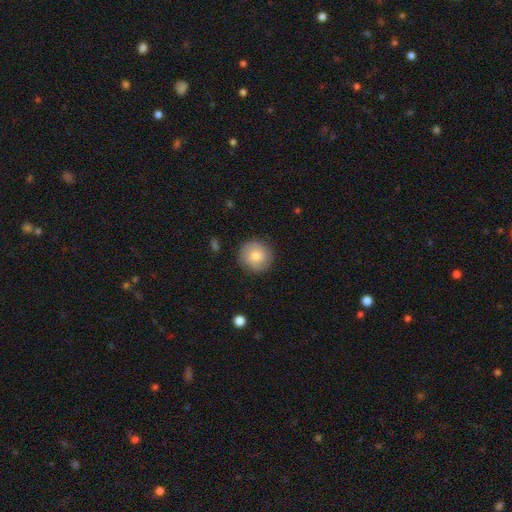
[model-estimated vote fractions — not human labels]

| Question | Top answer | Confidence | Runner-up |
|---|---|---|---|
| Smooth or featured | smooth | 71% | featured or disk (21%) |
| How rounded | round | 93% | in between (6%) |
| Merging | none | 87% | minor disturbance (9%) |